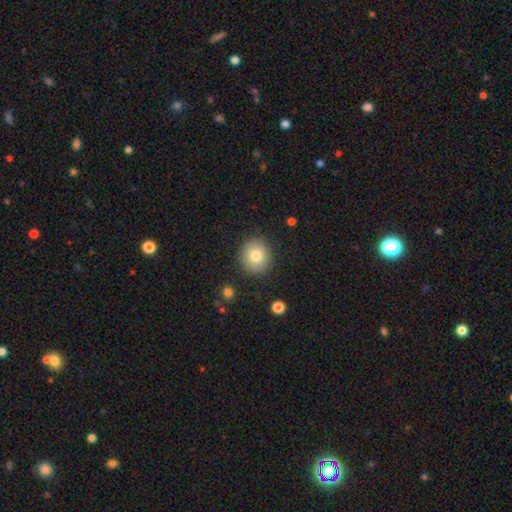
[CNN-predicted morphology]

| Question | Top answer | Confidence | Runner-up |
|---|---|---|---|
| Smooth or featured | smooth | 79% | featured or disk (12%) |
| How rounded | round | 85% | in between (14%) |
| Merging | none | 88% | minor disturbance (8%) |